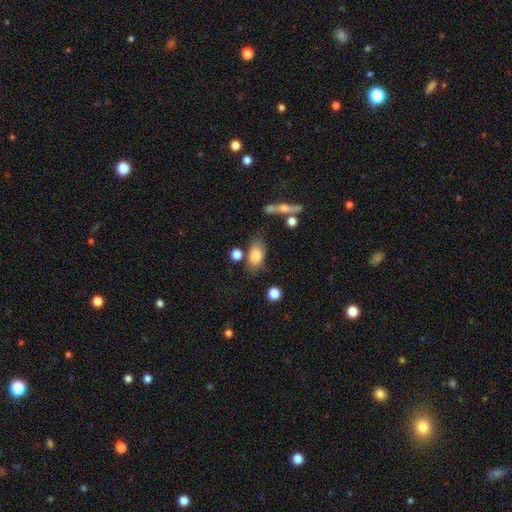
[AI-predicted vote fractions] Smooth or featured? Predicted: smooth (p=0.78). How rounded? Predicted: in between (p=0.85). Merging? Predicted: none (p=0.61).